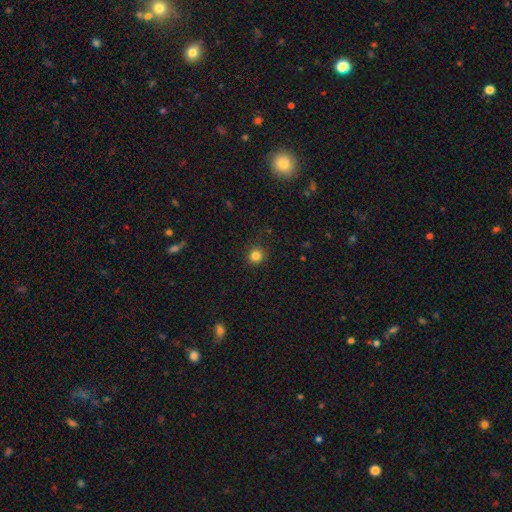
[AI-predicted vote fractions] Smooth or featured? smooth (83%)
How rounded? round (93%)
Merging? none (90%)